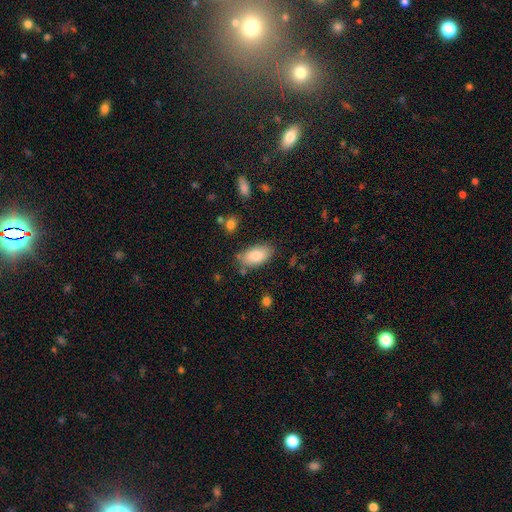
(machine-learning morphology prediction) Smooth or featured? smooth (82%)
How rounded? in between (93%)
Merging? none (77%)